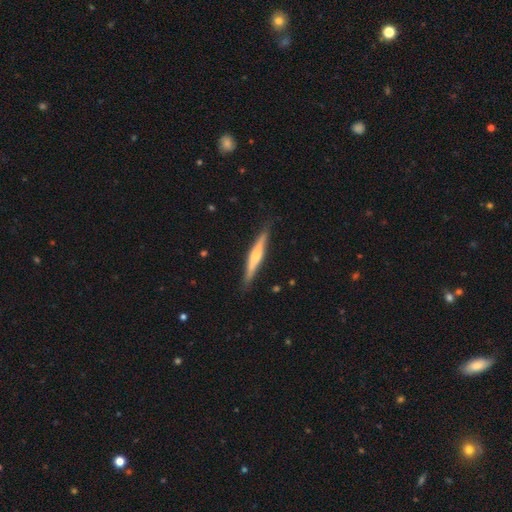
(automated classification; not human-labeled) smooth_or_featured: featured or disk (p=0.61) [alt: smooth p=0.34]
disk_edge_on: yes (p=0.97) [alt: no p=0.03]
edge_on_bulge: rounded (p=0.84) [alt: none p=0.10]
merging: none (p=0.88) [alt: minor disturbance p=0.09]